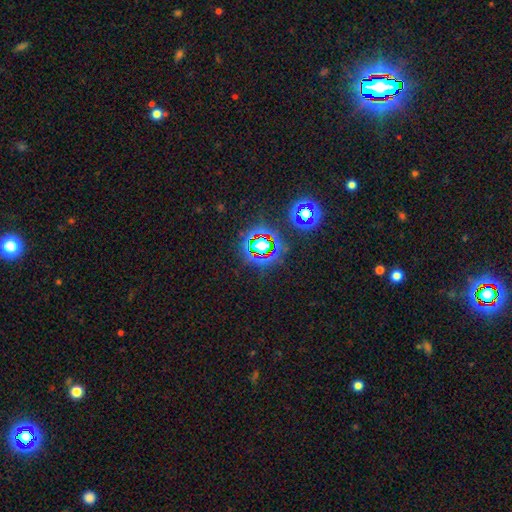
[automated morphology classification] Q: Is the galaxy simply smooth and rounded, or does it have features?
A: star or artifact — 79%.